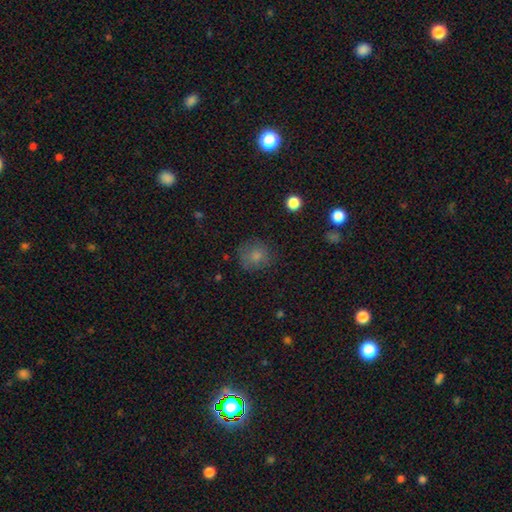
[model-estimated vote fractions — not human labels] The model was most divided on "merging": none: 74%, minor disturbance: 18%, major disturbance: 7%, merger: 2%. More confident: how rounded — round (83%); smooth or featured — smooth (77%).